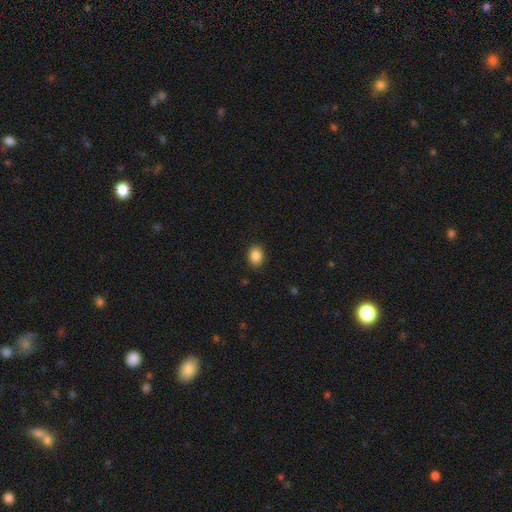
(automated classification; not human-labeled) This is clearly a smooth galaxy (87%). How rounded: possibly in between (57%). Merging: clearly none (88%).